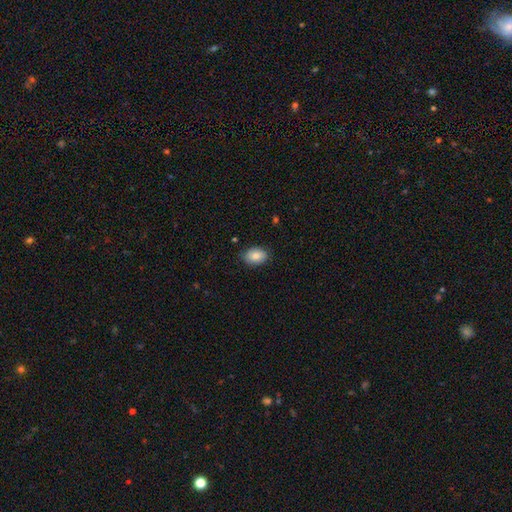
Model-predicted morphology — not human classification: A smooth galaxy with no disk features (85%) that is in between round and cigar-shaped (82%). Merging: none (82%).